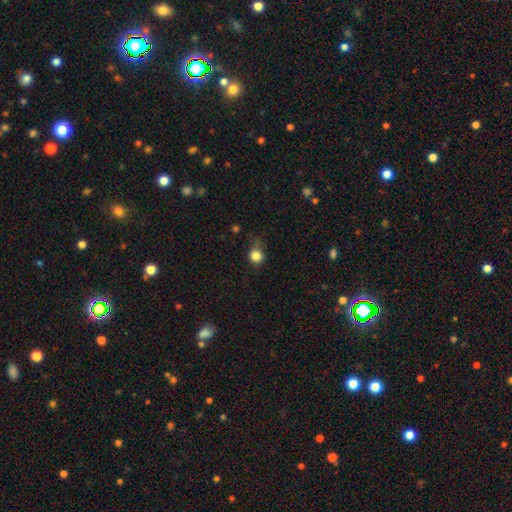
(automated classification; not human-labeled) smooth 83%, star or artifact 11%, featured or disk 6%. Down the decision tree: how rounded — round (82%); merging — none (48%).